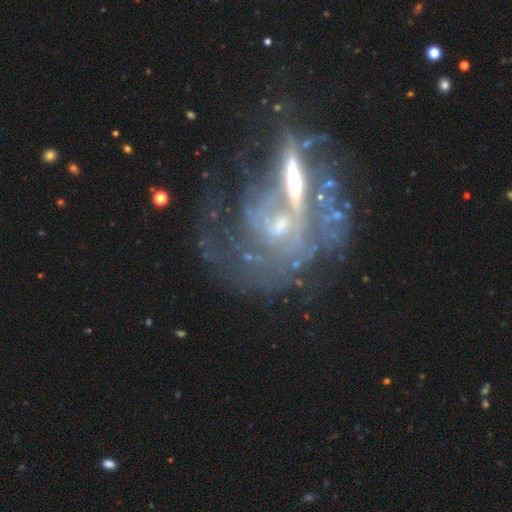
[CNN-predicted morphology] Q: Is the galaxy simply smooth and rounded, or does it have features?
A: featured or disk — 78%.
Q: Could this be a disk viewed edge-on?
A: no — 91%.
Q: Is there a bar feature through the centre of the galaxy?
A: no — 44%.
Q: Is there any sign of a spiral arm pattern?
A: yes — 65%.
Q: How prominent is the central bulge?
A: small — 45%.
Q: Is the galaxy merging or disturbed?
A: merger — 33%.